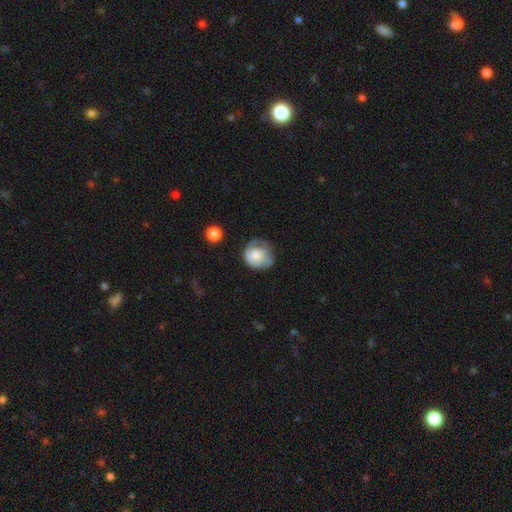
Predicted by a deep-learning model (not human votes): Q: Smooth or featured?
A: smooth (60%); runner-up: featured or disk (33%)
Q: How rounded?
A: round (78%); runner-up: in between (21%)
Q: Merging?
A: none (44%); runner-up: minor disturbance (33%)